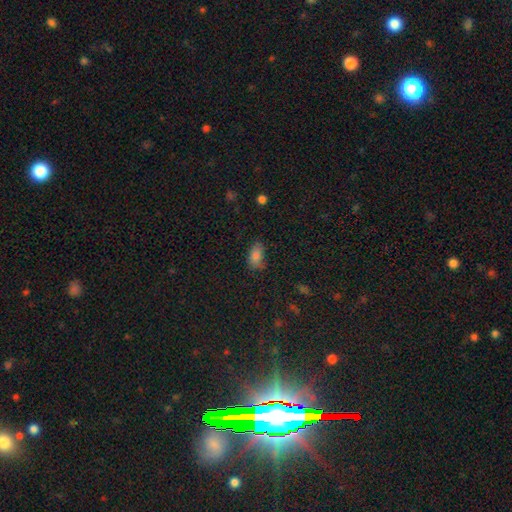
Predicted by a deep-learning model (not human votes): A smooth galaxy with no disk features (83%) that is in between round and cigar-shaped (90%). Merging: none (69%).